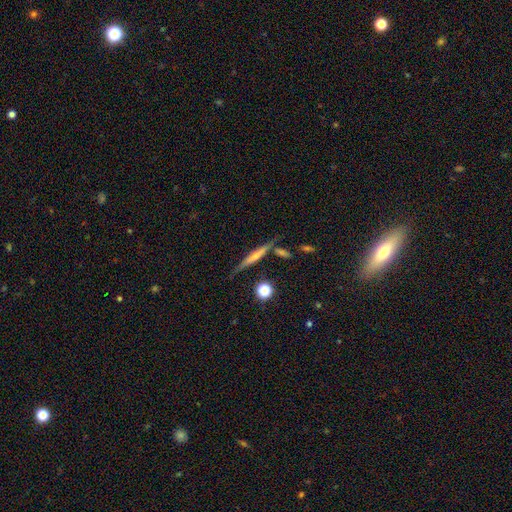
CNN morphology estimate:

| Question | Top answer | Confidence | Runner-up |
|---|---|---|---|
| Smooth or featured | featured or disk | 51% | smooth (41%) |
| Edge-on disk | yes | 92% | no (8%) |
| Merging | none | 73% | minor disturbance (14%) |